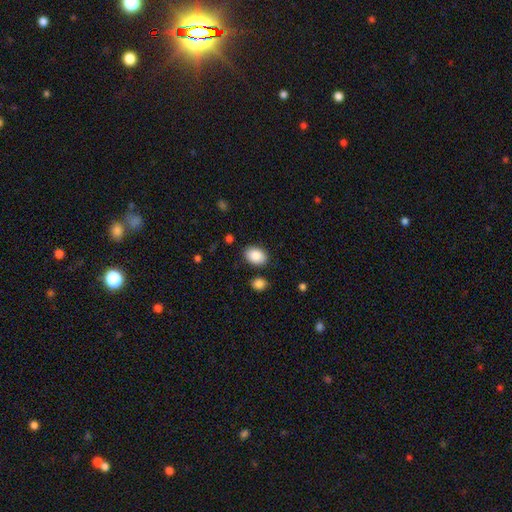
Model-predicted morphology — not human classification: This is clearly a smooth galaxy (89%). How rounded: likely in between (80%). Merging: clearly none (84%).